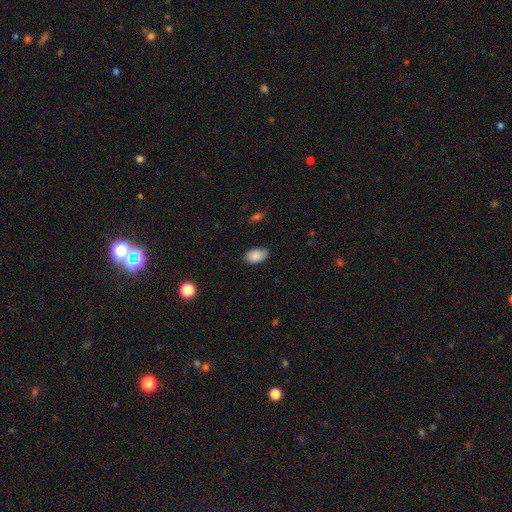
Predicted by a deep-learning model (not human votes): smooth_or_featured: smooth (p=0.87) [alt: star or artifact p=0.07]
how_rounded: in between (p=0.91) [alt: round p=0.08]
merging: none (p=0.79) [alt: minor disturbance p=0.17]